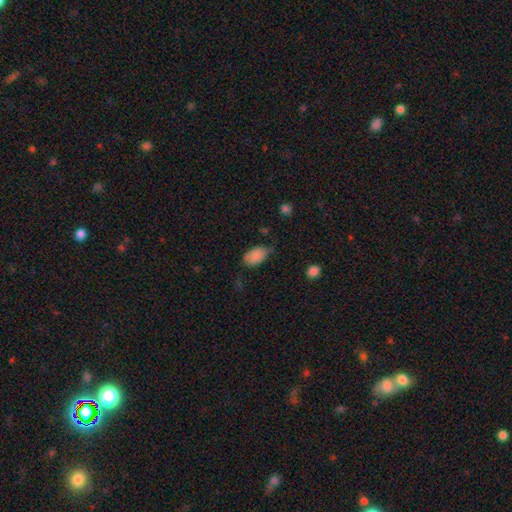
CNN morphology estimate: This appears to be a smooth galaxy with no disk features (84%) that is in between round and cigar-shaped (92%). Merging: none (52%).